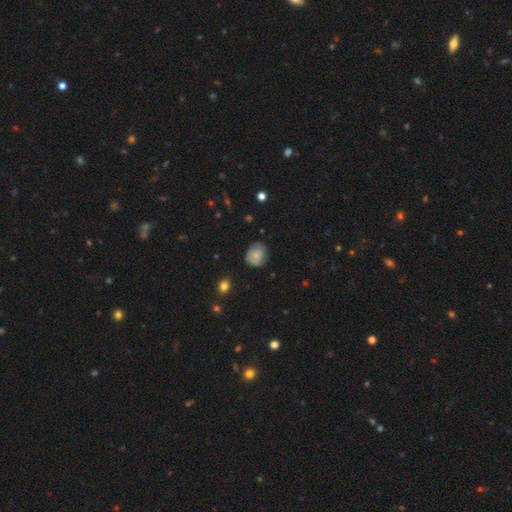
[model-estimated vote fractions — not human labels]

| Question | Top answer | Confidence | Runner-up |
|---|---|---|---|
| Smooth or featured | smooth | 77% | featured or disk (15%) |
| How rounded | round | 69% | in between (30%) |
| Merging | none | 69% | minor disturbance (25%) |